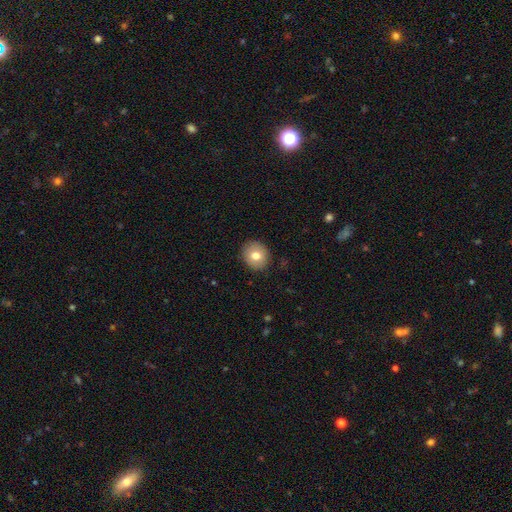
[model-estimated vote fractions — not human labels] Smooth or featured?
  - smooth: 77% *
  - featured or disk: 14%
  - star or artifact: 9%
How rounded?
  - round: 80% *
  - in between: 19%
  - cigar-shaped: 1%
Merging?
  - none: 90% *
  - minor disturbance: 7%
  - major disturbance: 2%
  - merger: 1%